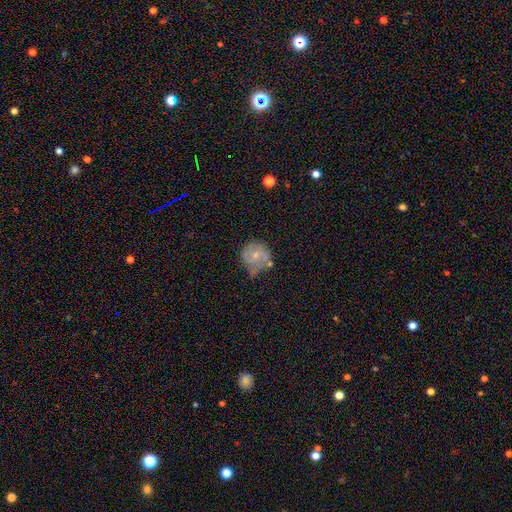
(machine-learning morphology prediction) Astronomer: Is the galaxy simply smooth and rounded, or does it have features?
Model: smooth — 52% (runner-up: featured or disk, 40%).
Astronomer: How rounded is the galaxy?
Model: round — 84%.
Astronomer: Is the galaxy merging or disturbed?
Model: none — 43% (runner-up: minor disturbance, 33%).